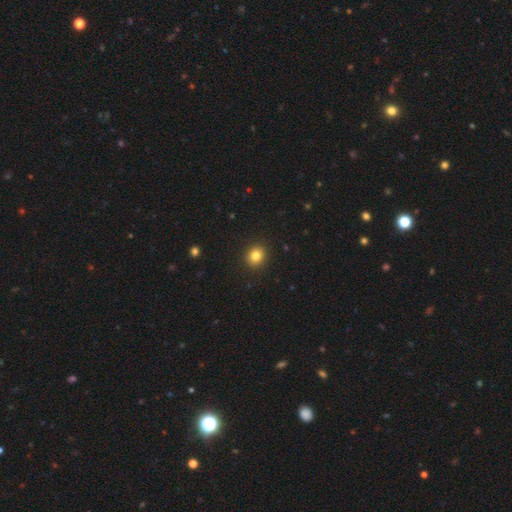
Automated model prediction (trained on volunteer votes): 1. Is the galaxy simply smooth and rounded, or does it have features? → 83% smooth, 11% star or artifact, 6% featured or disk.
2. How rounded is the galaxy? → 78% round, 21% in between, 1% cigar-shaped.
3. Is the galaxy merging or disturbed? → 92% none, 5% minor disturbance, 2% major disturbance, 1% merger.